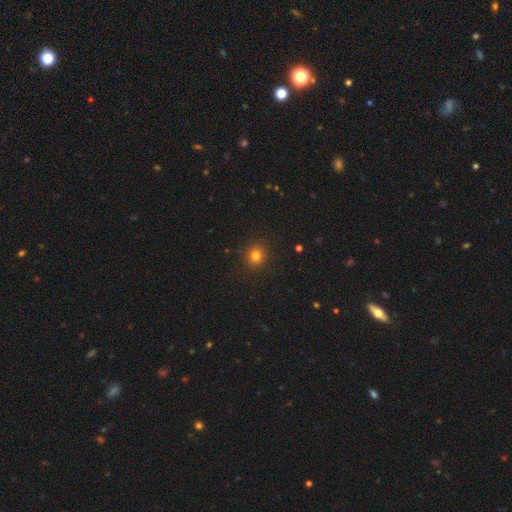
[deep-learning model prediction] Smooth or featured? smooth (81%)
How rounded? round (85%)
Merging? none (91%)